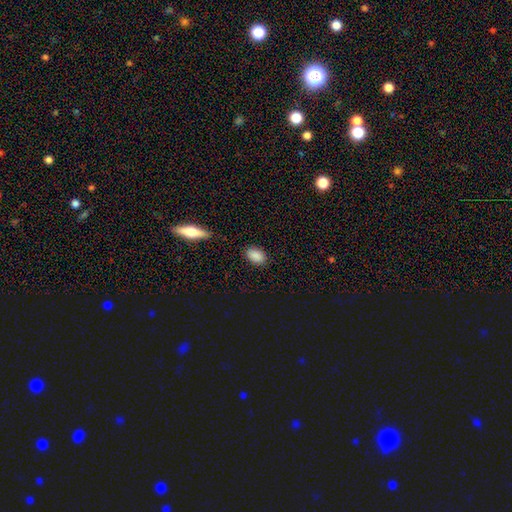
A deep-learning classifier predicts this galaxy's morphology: Q: Smooth or featured?
A: smooth (88%); runner-up: star or artifact (8%)
Q: How rounded?
A: in between (86%); runner-up: round (12%)
Q: Merging?
A: none (86%); runner-up: minor disturbance (10%)